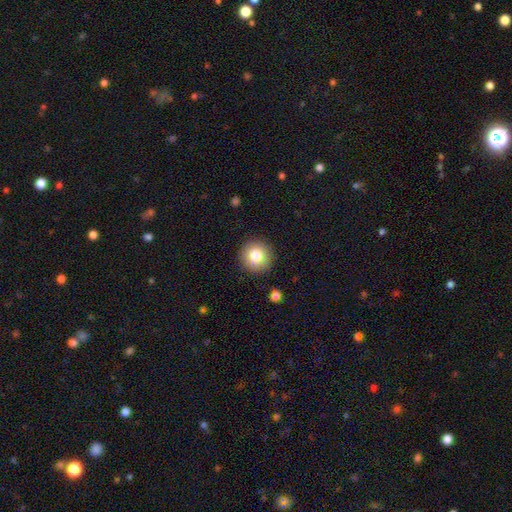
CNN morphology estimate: smooth-or-featured: smooth: 80% | star or artifact: 10% | featured or disk: 10%
  how-rounded: round: 93% | in between: 6% | cigar-shaped: 1%
  merging: none: 91% | minor disturbance: 6% | major disturbance: 2% | merger: 1%